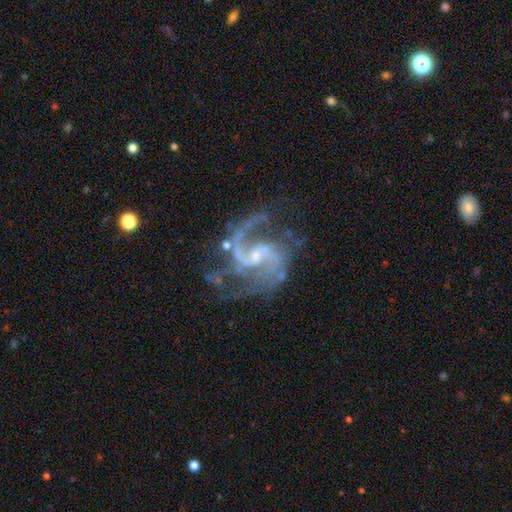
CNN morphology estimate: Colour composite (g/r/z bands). It shows a featured or disk galaxy (92%) with a weak bar (57%), 2 (87%) medium (60%) spiral arms (98%) and a small central bulge (63%). Merging: none (63%).